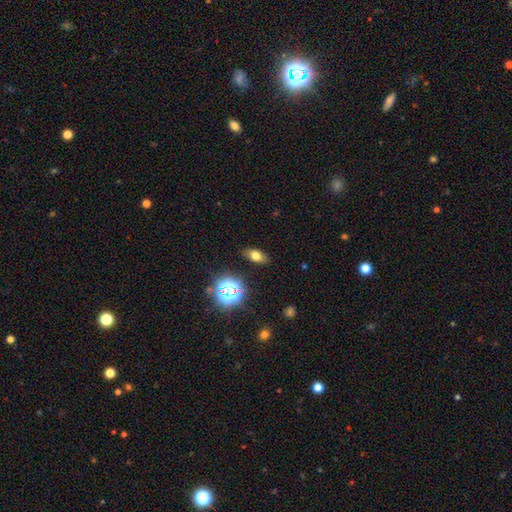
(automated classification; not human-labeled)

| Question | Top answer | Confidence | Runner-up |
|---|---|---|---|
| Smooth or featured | smooth | 67% | star or artifact (20%) |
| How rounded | in between | 85% | round (8%) |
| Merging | none | 87% | minor disturbance (9%) |